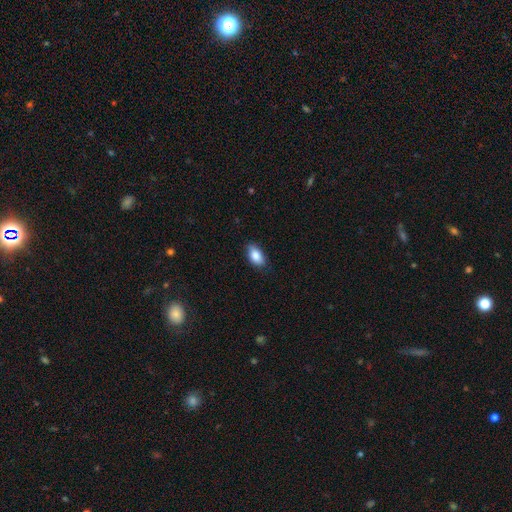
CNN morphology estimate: Overall: smooth (87%). How rounded: in between (91%). Merging: none (82%).